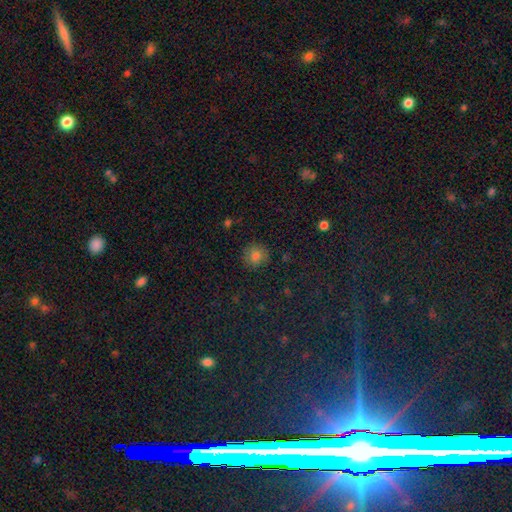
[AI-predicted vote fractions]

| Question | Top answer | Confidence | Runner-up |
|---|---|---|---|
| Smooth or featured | smooth | 80% | star or artifact (14%) |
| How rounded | round | 91% | in between (8%) |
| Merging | none | 86% | minor disturbance (10%) |